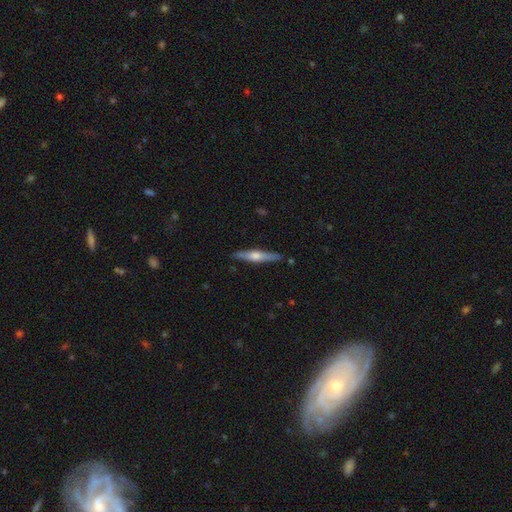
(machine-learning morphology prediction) featured or disk 66%, smooth 28%, star or artifact 6%. Down the decision tree: edge-on disk — yes (97%); edge-on bulge — rounded (87%); merging — none (89%).